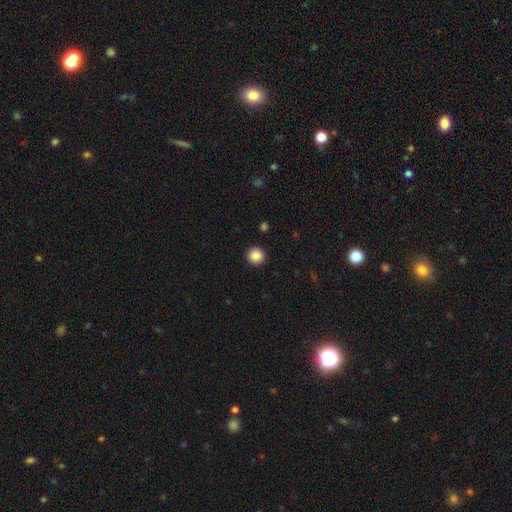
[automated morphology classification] This is clearly a smooth galaxy (87%). How rounded: clearly round (95%). Merging: clearly none (93%).